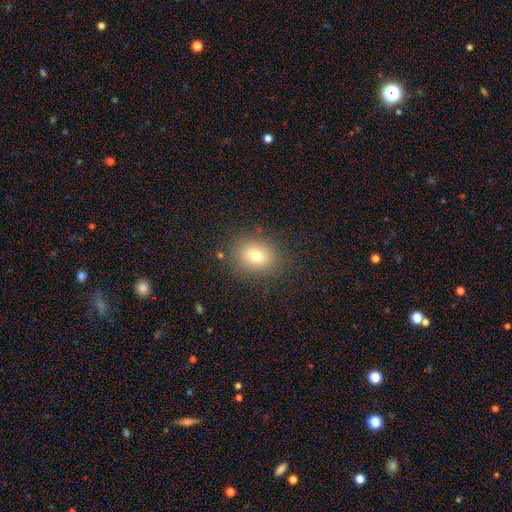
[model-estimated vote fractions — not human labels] Smooth or featured? Predicted: smooth (p=0.74). How rounded? Predicted: round (p=0.51). Merging? Predicted: none (p=0.85).